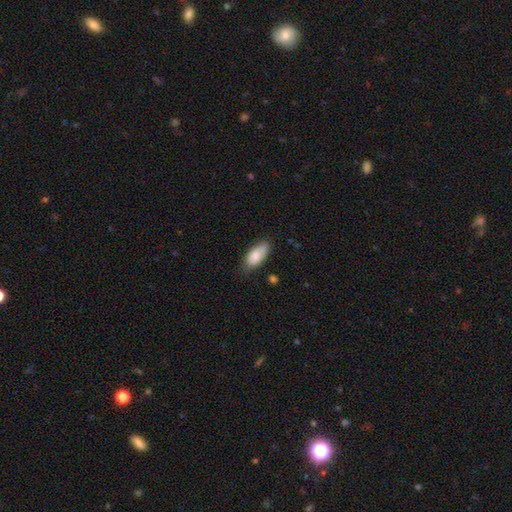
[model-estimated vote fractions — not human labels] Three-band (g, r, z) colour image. It shows a smooth galaxy with no disk features (82%) that is in between round and cigar-shaped (90%). Merging: none (68%).